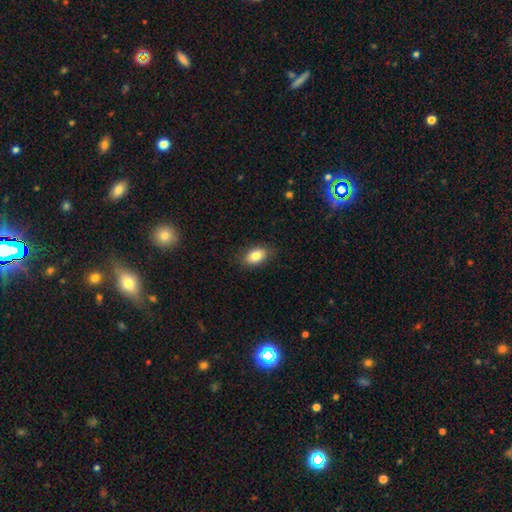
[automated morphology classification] Smooth or featured: smooth — 82% (featured or disk — 10%)
How rounded: in between — 86% (round — 13%)
Merging: none — 85% (minor disturbance — 12%)